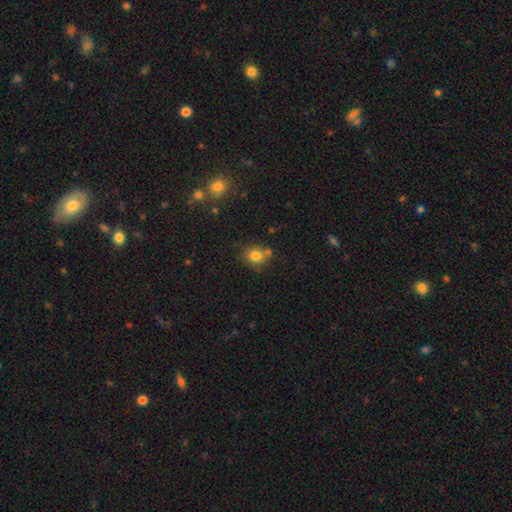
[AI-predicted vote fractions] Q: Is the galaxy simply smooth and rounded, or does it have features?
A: smooth — 80%.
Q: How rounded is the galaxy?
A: round — 72%.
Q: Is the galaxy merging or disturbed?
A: none — 63%.